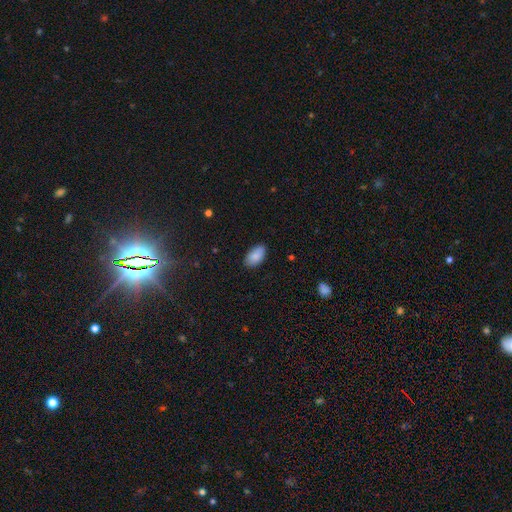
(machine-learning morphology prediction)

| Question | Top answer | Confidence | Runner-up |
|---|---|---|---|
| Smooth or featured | smooth | 88% | star or artifact (7%) |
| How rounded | in between | 95% | round (3%) |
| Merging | none | 84% | minor disturbance (12%) |